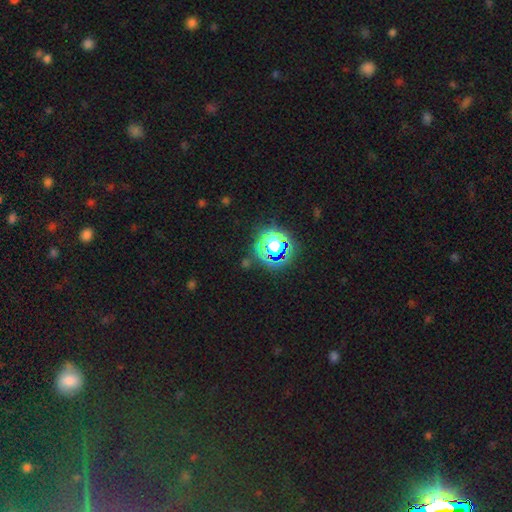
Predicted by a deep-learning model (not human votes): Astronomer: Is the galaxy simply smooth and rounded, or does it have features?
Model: star or artifact — 78%.